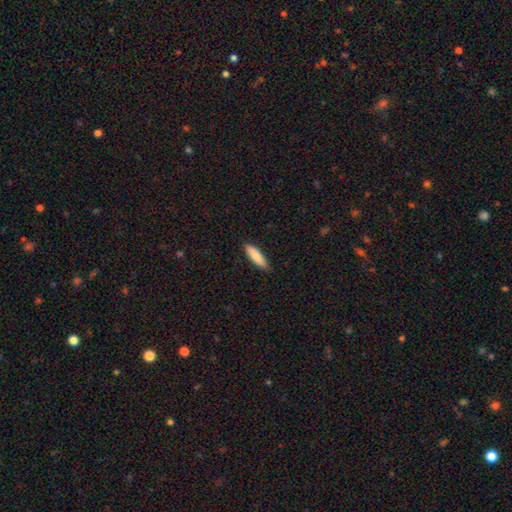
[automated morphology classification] Q: Smooth or featured?
A: smooth (85%); runner-up: featured or disk (10%)
Q: How rounded?
A: cigar-shaped (59%); runner-up: in between (39%)
Q: Merging?
A: none (88%); runner-up: minor disturbance (9%)